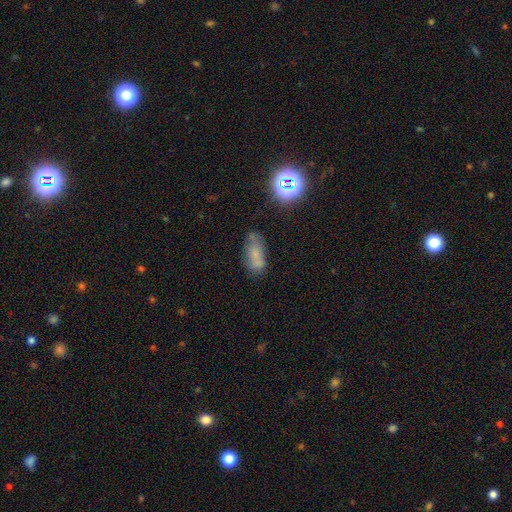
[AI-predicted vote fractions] Morphology: type=smooth (60%); roundness=in between (81%); merging=none (54%).